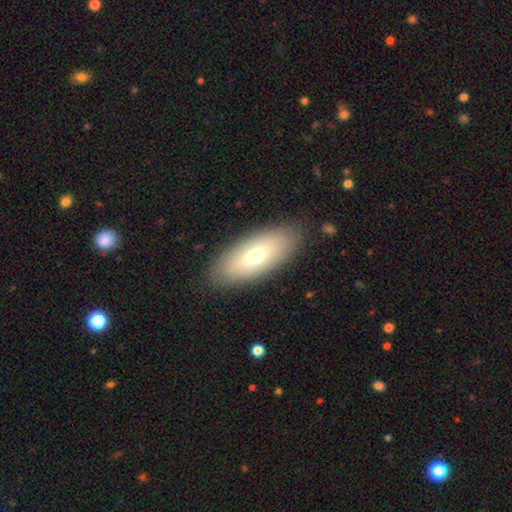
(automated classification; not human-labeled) smooth 65%, featured or disk 29%, star or artifact 7%. Down the decision tree: how rounded — in between (83%); merging — none (87%).